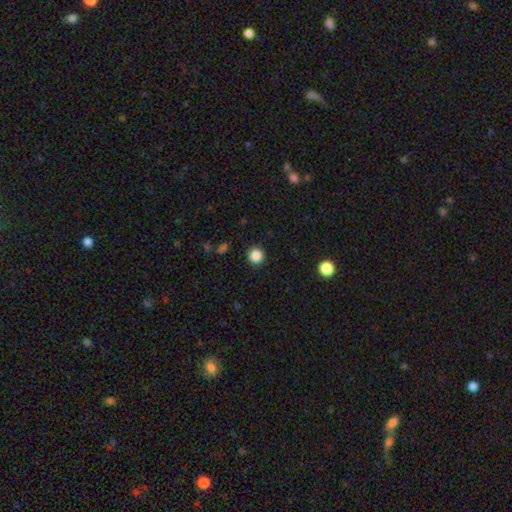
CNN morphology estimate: Q: Smooth or featured?
A: smooth (86%); runner-up: star or artifact (10%)
Q: How rounded?
A: round (94%); runner-up: in between (5%)
Q: Merging?
A: none (92%); runner-up: minor disturbance (5%)